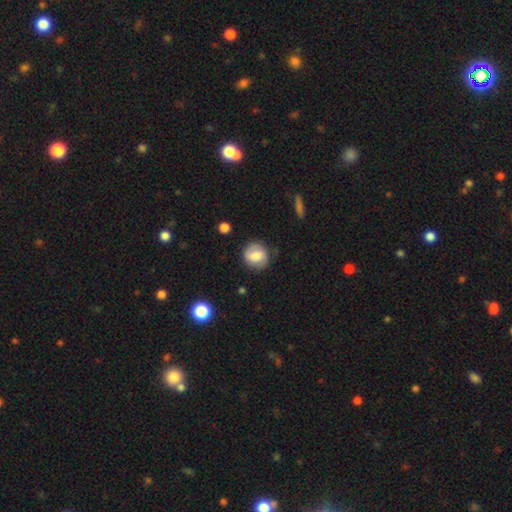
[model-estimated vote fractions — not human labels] Morphology: type=smooth (63%); roundness=round (82%); merging=none (78%).